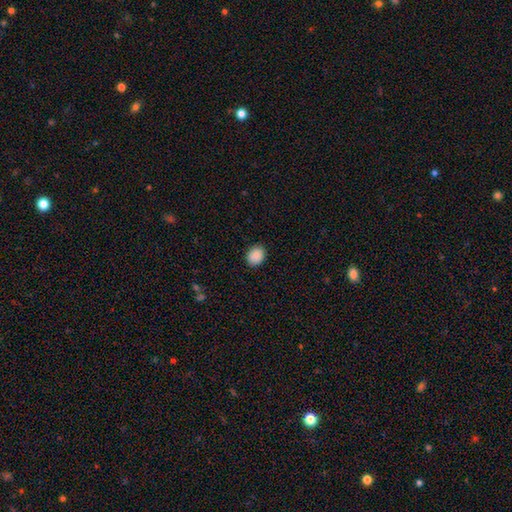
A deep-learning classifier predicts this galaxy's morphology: Q: Smooth or featured?
A: smooth (89%); runner-up: star or artifact (8%)
Q: How rounded?
A: round (55%); runner-up: in between (44%)
Q: Merging?
A: none (88%); runner-up: minor disturbance (9%)